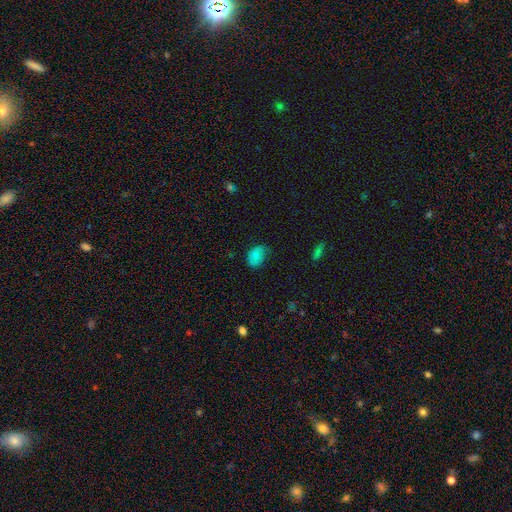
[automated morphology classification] A smooth galaxy with no disk features (75%) that is in between round and cigar-shaped (76%).

Vote fractions:
- Smooth or featured? smooth: 75% / featured or disk: 16% / star or artifact: 9%
- How rounded? in between: 76% / round: 23% / cigar-shaped: 1%
- Merging? none: 54% / minor disturbance: 35% / major disturbance: 9% / merger: 1%